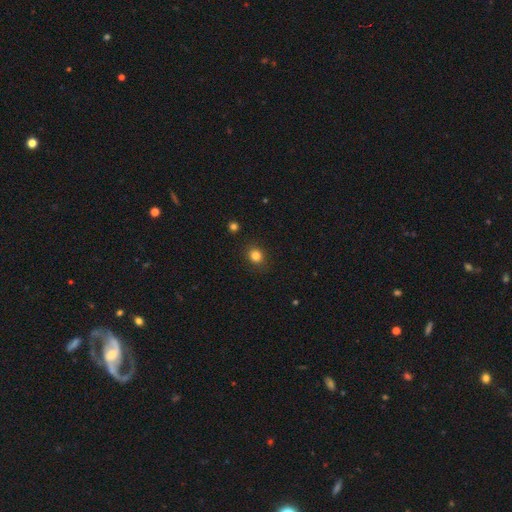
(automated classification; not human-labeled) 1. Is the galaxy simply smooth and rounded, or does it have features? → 83% smooth, 12% star or artifact, 5% featured or disk.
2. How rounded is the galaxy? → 75% round, 24% in between, 1% cigar-shaped.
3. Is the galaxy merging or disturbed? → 89% none, 7% minor disturbance, 2% major disturbance, 1% merger.